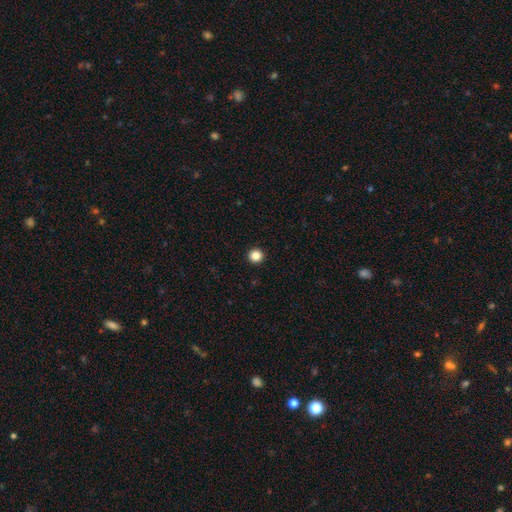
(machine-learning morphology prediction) This is clearly a smooth galaxy (85%). How rounded: clearly round (95%). Merging: clearly none (94%).